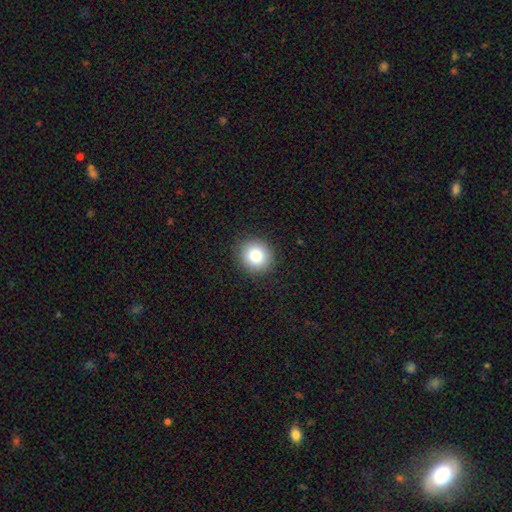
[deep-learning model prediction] Morphology: type=smooth (83%); roundness=round (82%); merging=none (90%).